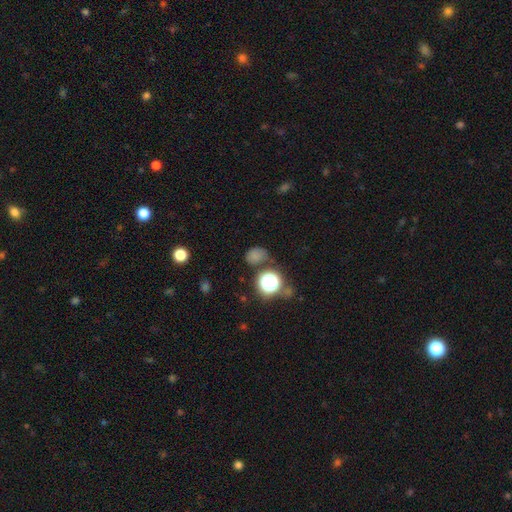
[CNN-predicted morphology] Overall: smooth (67%). How rounded: round (60%; in between 39%). Merging: none (68%).